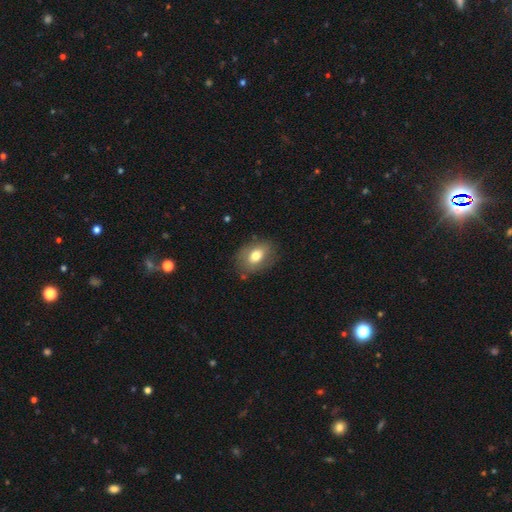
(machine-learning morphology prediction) Smooth or featured: smooth — 74% (featured or disk — 17%)
How rounded: in between — 77% (round — 22%)
Merging: none — 79% (minor disturbance — 15%)